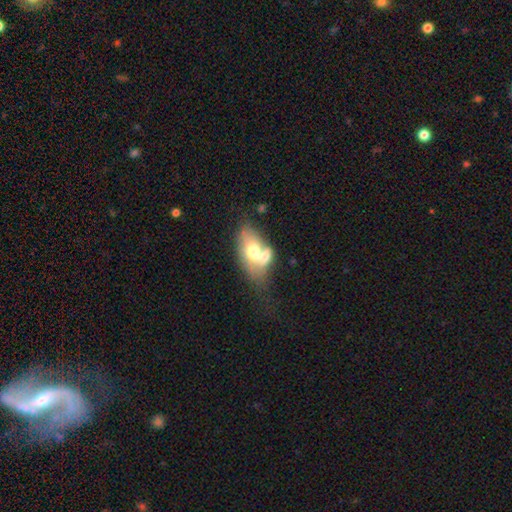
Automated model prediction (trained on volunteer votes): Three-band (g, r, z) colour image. It shows a smooth galaxy with no disk features (58%) that is in between round and cigar-shaped (86%). Merging: merger (58%).